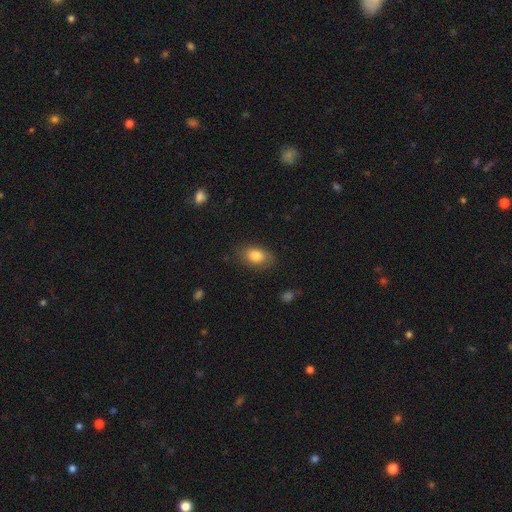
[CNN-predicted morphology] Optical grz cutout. It shows a smooth galaxy with no disk features (81%) that is in between round and cigar-shaped (85%). Merging: none (79%).